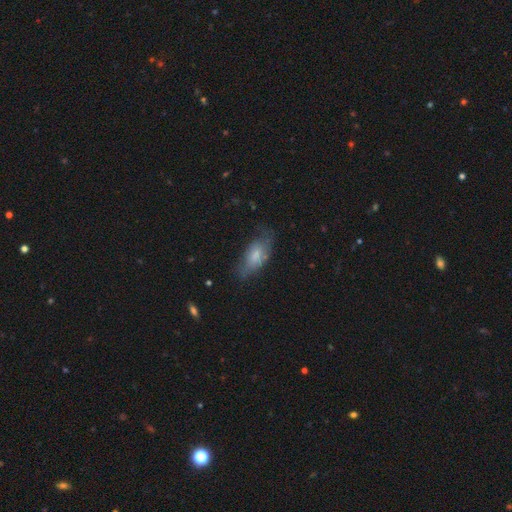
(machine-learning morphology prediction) smooth_or_featured: smooth (p=0.64) [alt: featured or disk p=0.29]
how_rounded: in between (p=0.87) [alt: cigar-shaped p=0.11]
merging: none (p=0.53) [alt: minor disturbance p=0.30]